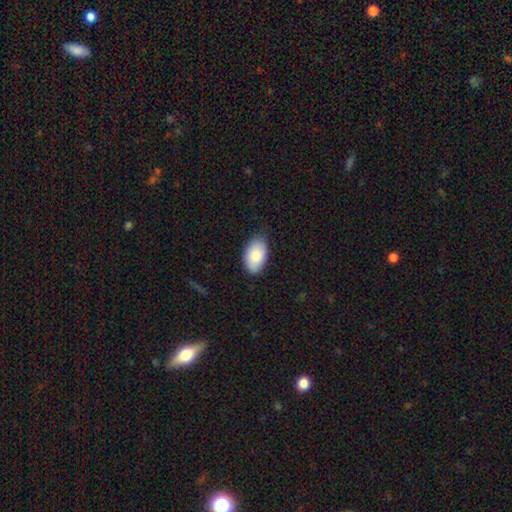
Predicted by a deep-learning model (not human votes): This appears to be a smooth galaxy with no disk features (85%) that is in between round and cigar-shaped (93%). Merging: none (78%).